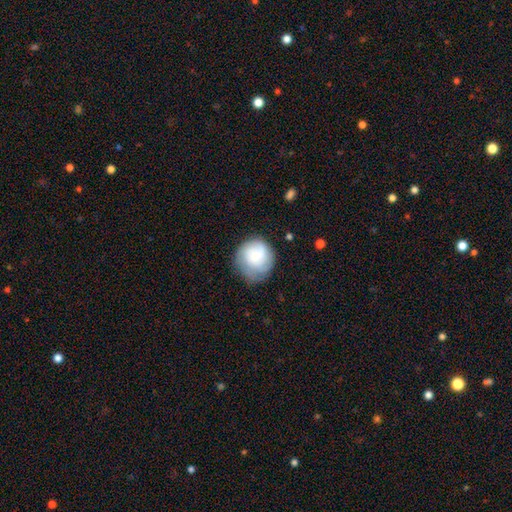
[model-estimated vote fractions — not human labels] This is possibly a smooth galaxy (54%). How rounded: clearly round (83%). Merging: likely none (63%).